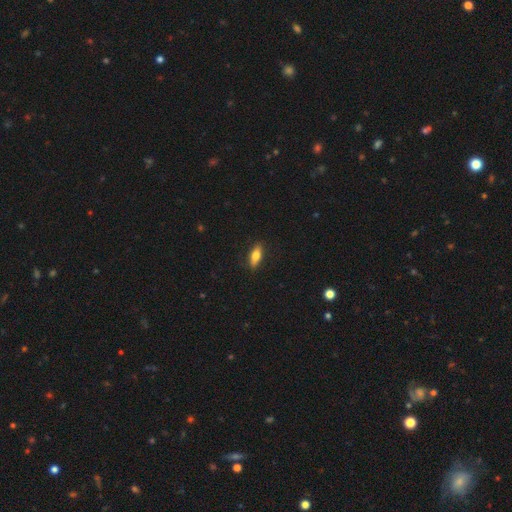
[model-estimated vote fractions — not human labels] The model was most divided on "how rounded": in between: 65%, cigar-shaped: 32%, round: 3%. More confident: merging — none (88%); smooth or featured — smooth (70%).